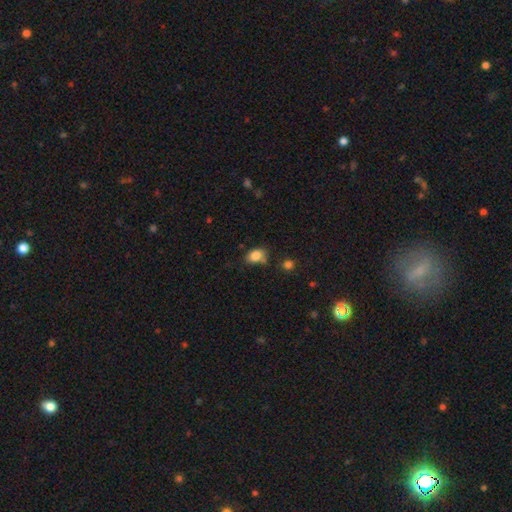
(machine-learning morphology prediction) A smooth galaxy with no disk features (83%) that is in between round and cigar-shaped (77%). Merging: none (63%).